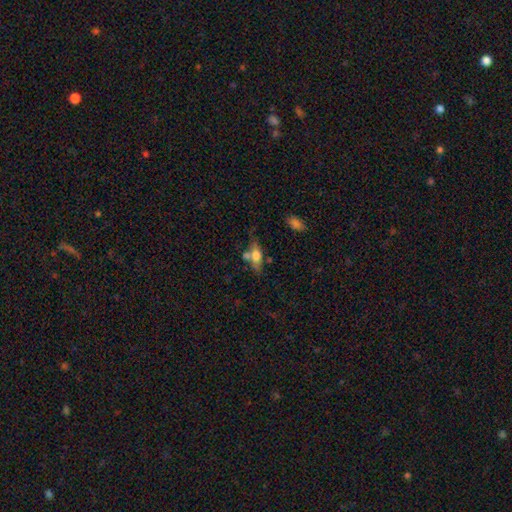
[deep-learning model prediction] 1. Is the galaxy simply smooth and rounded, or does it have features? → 59% smooth, 33% featured or disk, 8% star or artifact.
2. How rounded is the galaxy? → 68% in between, 27% cigar-shaped, 5% round.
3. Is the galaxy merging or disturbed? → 49% none, 24% merger, 18% minor disturbance, 8% major disturbance.